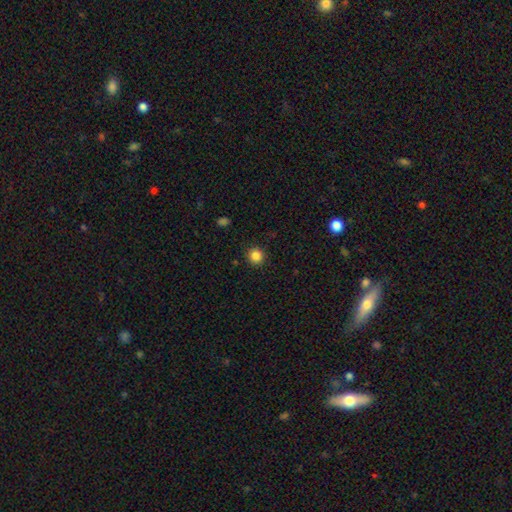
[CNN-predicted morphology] Smooth or featured?
  - smooth: 85% *
  - star or artifact: 11%
  - featured or disk: 4%
How rounded?
  - round: 93% *
  - in between: 6%
  - cigar-shaped: 1%
Merging?
  - none: 91% *
  - minor disturbance: 6%
  - major disturbance: 2%
  - merger: 1%